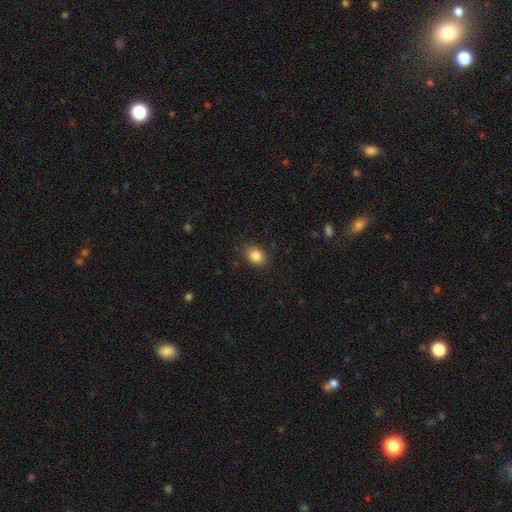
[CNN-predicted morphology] smooth 85%, star or artifact 9%, featured or disk 6%. Down the decision tree: how rounded — in between (64%); merging — none (87%).